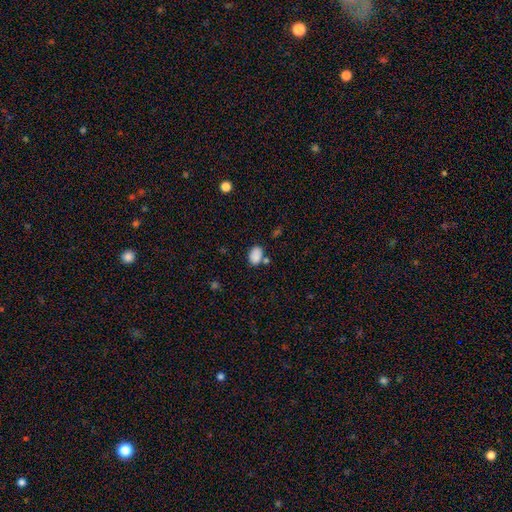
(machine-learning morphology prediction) This is clearly a smooth galaxy (86%). How rounded: clearly in between (82%). Merging: likely none (66%).